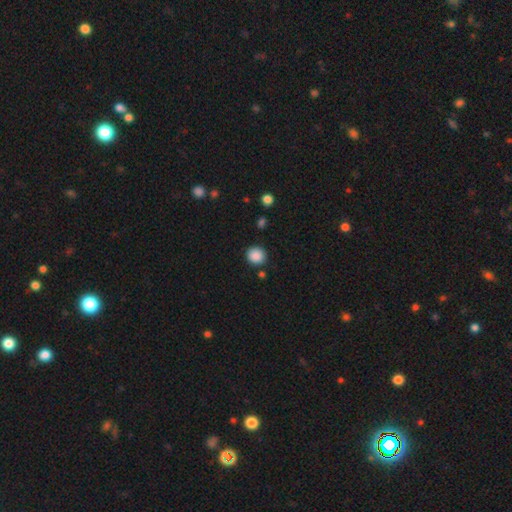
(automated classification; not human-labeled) Morphology: type=smooth (88%); roundness=round (89%); merging=none (87%).